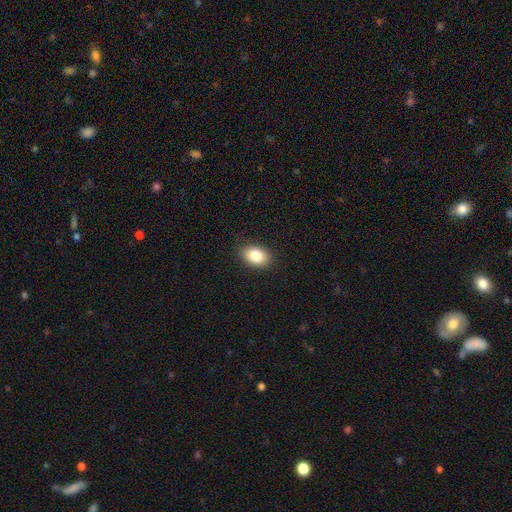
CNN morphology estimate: smooth-or-featured: smooth: 84% | star or artifact: 8% | featured or disk: 8%
  how-rounded: in between: 83% | round: 15% | cigar-shaped: 1%
  merging: none: 88% | minor disturbance: 9% | major disturbance: 2% | merger: 1%